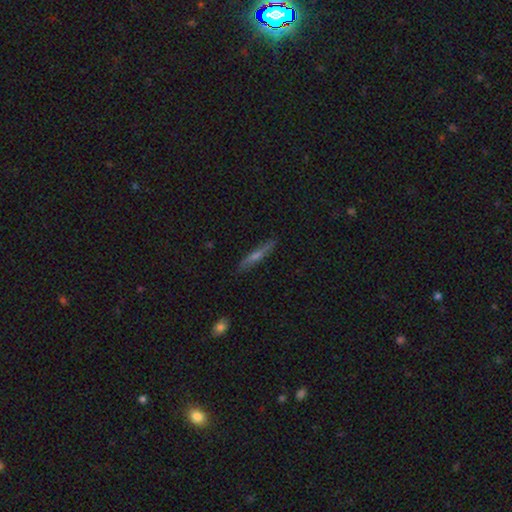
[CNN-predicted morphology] Q: Smooth or featured?
A: featured or disk (48%); runner-up: smooth (44%)
Q: Merging?
A: none (86%); runner-up: minor disturbance (11%)